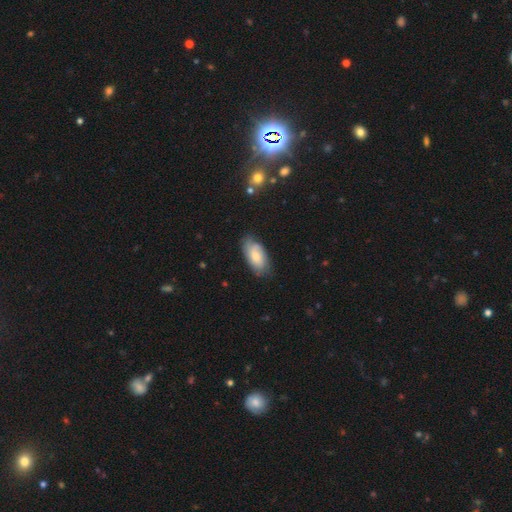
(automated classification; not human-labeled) smooth_or_featured: smooth (p=0.64) [alt: featured or disk p=0.29]
how_rounded: in between (p=0.91) [alt: cigar-shaped p=0.07]
merging: none (p=0.73) [alt: minor disturbance p=0.21]